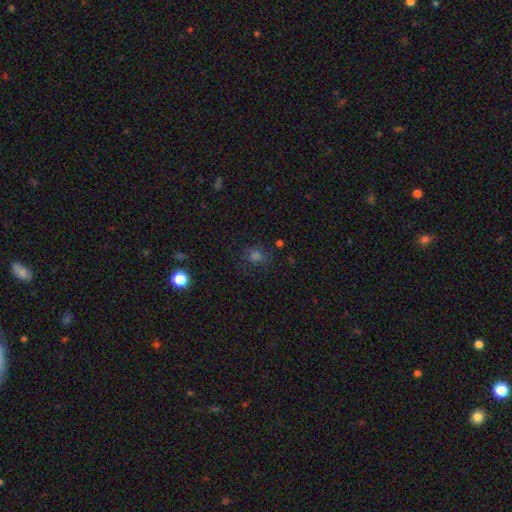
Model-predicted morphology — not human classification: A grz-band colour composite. It shows a smooth galaxy with no disk features (60%) that is round (73%). Merging: none (74%).